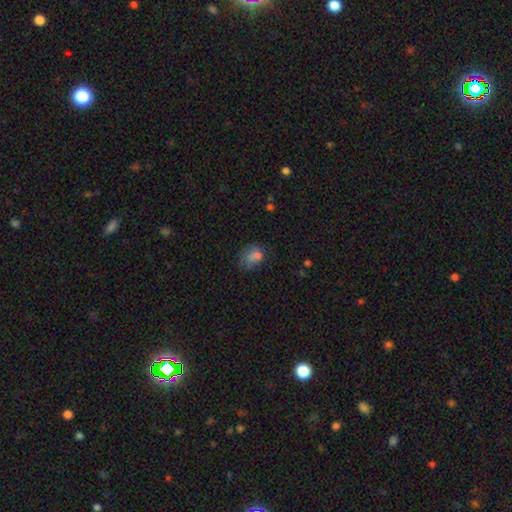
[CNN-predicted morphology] This appears to be a smooth galaxy with no disk features (73%) that is in between round and cigar-shaped (62%). Merging: none (42%).